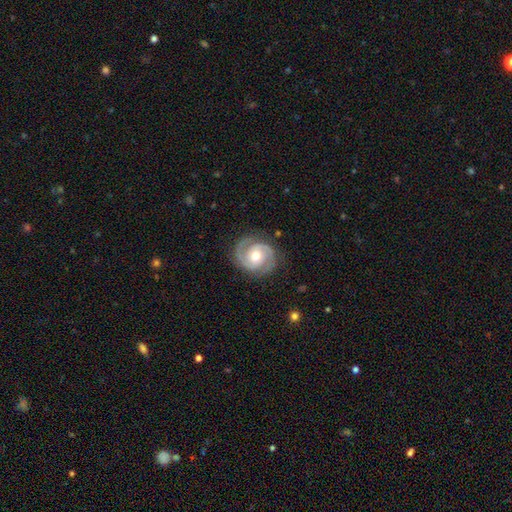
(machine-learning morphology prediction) Overall: featured or disk (90%). Edge-on disk: no (98%). Bar: no (62%; weak 29%). Spiral arms: yes (97%). Spiral arm count: 2 (92%). Spiral winding: tight (54%; medium 40%). Bulge size: moderate (74%). Merging: none (84%).